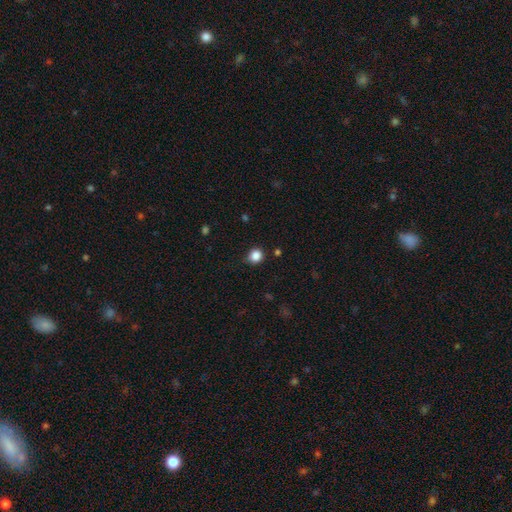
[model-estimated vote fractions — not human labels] smooth-or-featured: smooth: 85% | star or artifact: 11% | featured or disk: 3%
  how-rounded: round: 85% | in between: 14% | cigar-shaped: 1%
  merging: none: 82% | minor disturbance: 13% | major disturbance: 3% | merger: 2%